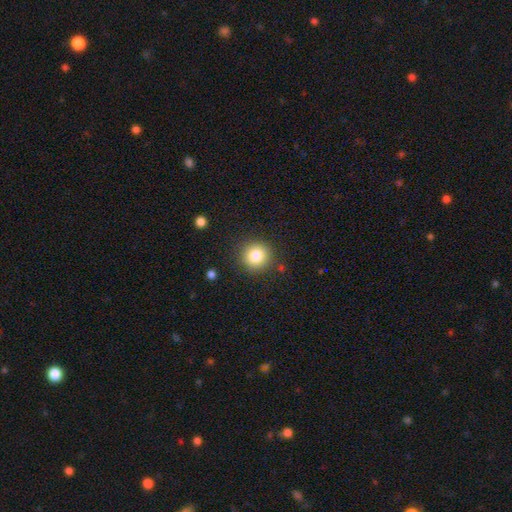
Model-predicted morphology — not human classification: A smooth galaxy with no disk features (82%) that is round (93%). Merging: none (88%).